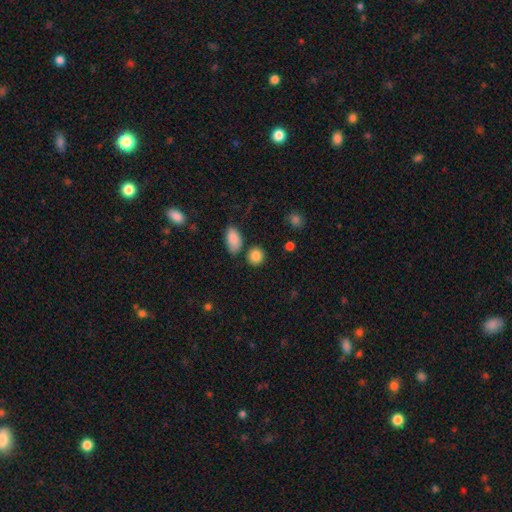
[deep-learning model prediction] This appears to be a smooth galaxy with no disk features (86%) that is round (79%). Merging: none (79%).